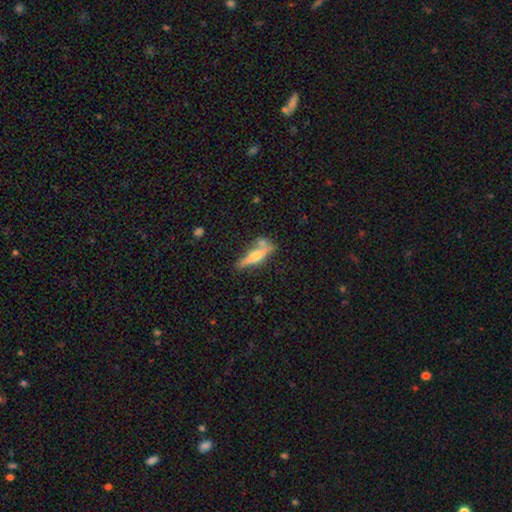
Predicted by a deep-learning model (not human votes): This appears to be a featured or disk galaxy (52%) viewed edge-on (89%). Merging: none (56%).